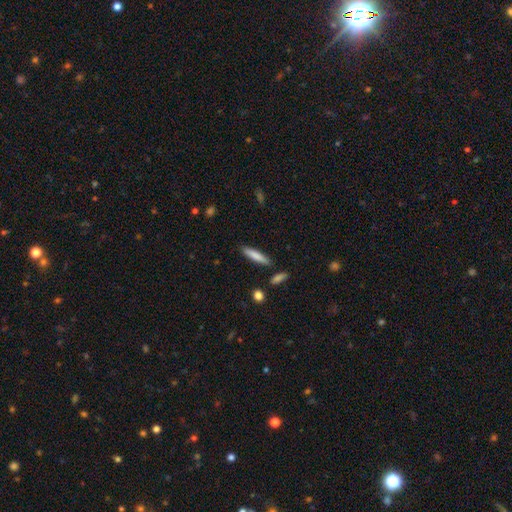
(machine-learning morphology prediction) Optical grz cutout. It shows a smooth galaxy with no disk features (79%) that is cigar-shaped (86%). Merging: none (85%).